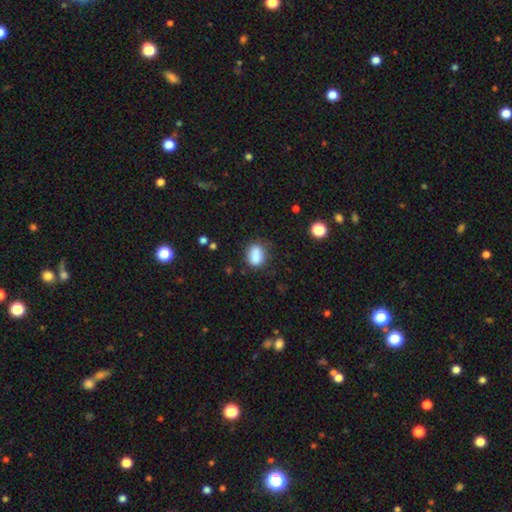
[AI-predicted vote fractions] This is clearly a smooth galaxy (84%). How rounded: likely in between (69%). Merging: likely none (69%).